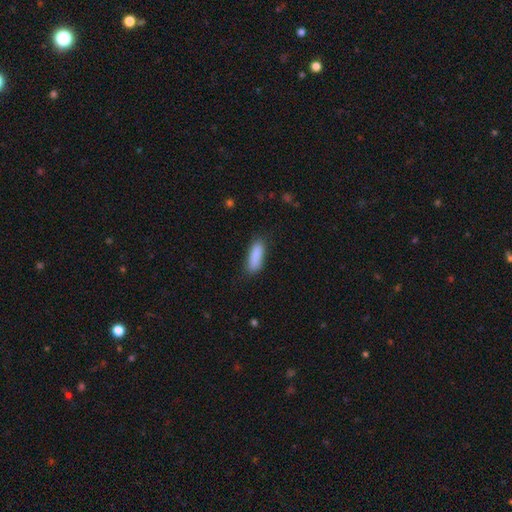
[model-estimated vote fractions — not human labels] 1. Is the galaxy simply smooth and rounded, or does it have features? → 88% smooth, 7% star or artifact, 5% featured or disk.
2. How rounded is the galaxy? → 61% in between, 37% cigar-shaped, 2% round.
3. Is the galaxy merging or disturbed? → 79% none, 16% minor disturbance, 4% major disturbance, 1% merger.